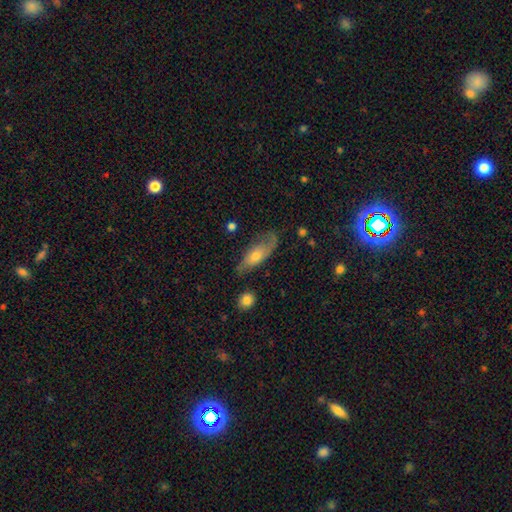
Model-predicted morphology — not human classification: A featured or disk galaxy (49%). Merging: none (63%).